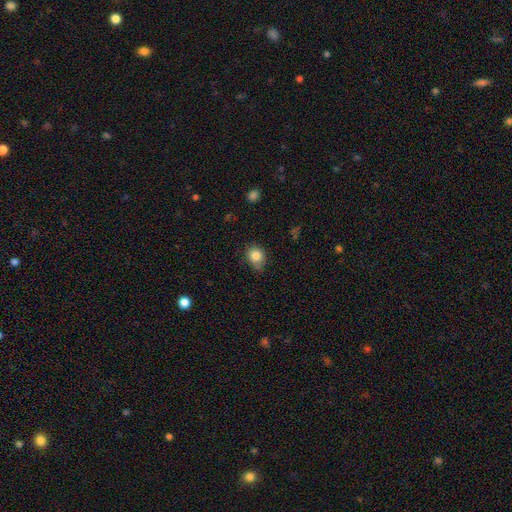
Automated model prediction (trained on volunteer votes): Q: Smooth or featured?
A: smooth (83%); runner-up: star or artifact (10%)
Q: How rounded?
A: round (65%); runner-up: in between (34%)
Q: Merging?
A: none (63%); runner-up: minor disturbance (29%)